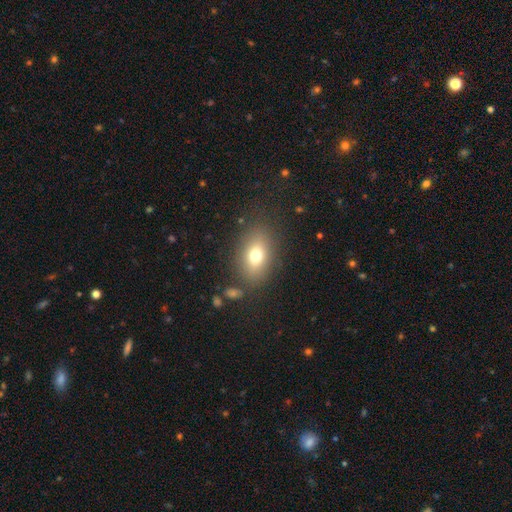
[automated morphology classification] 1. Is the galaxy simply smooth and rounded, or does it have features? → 72% smooth, 16% featured or disk, 12% star or artifact.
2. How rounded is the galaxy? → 78% in between, 20% round, 2% cigar-shaped.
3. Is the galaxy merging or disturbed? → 79% none, 12% minor disturbance, 6% major disturbance, 3% merger.